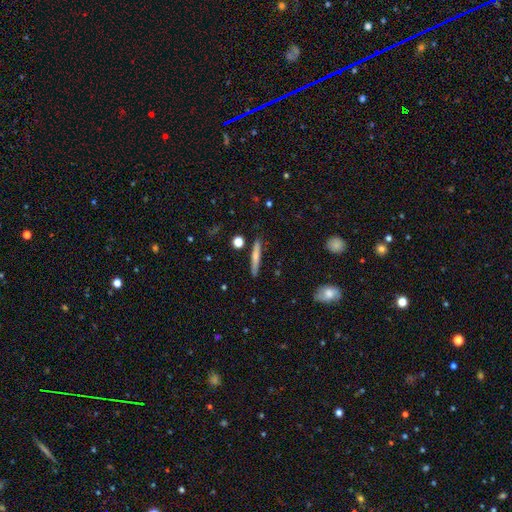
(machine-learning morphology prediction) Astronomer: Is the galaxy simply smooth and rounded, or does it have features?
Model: smooth — 61%.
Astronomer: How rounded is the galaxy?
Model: cigar-shaped — 94%.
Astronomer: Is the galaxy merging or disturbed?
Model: none — 88%.